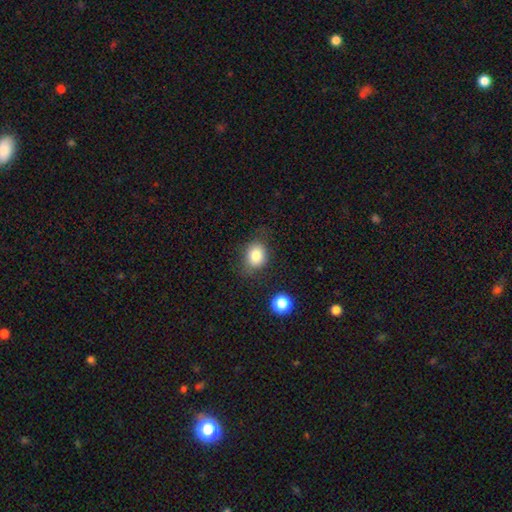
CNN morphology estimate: type=smooth (83%); roundness=round (55%); merging=none (70%).